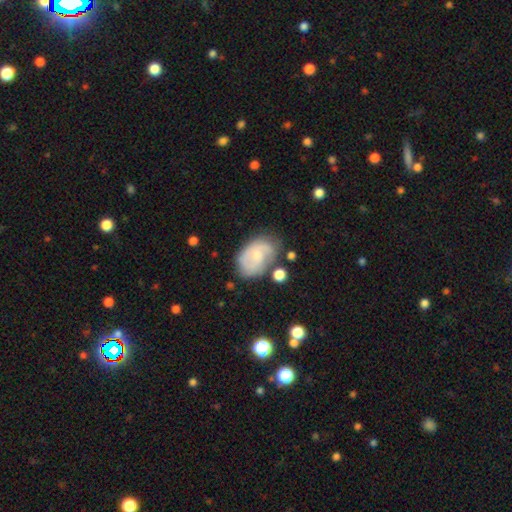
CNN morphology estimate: type=featured or disk (62%); edge-on=no (97%); bar=no (66%); spiral arms=yes (86%); winding=tight (44%); arm count=2 (51%); bulge=small (61%); merging=none (60%).